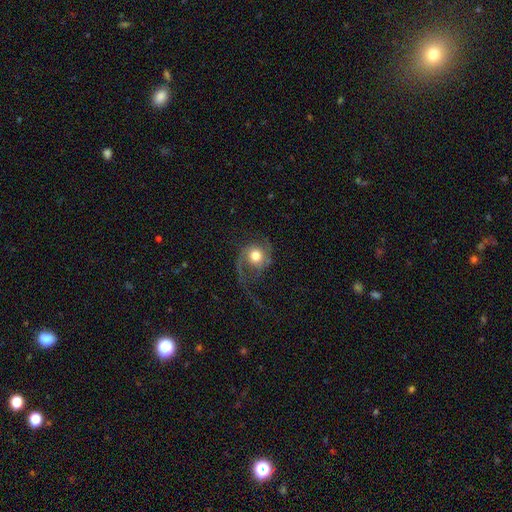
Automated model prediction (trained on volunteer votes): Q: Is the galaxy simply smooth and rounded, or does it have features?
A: featured or disk — 60%.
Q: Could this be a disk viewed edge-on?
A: no — 96%.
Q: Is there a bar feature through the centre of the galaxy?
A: no — 77%.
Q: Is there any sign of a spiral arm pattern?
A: yes — 86%.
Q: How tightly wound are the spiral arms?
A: loose — 54%.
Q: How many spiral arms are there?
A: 2 — 49%.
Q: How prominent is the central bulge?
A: moderate — 54%.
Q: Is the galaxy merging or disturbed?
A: major disturbance — 43%.